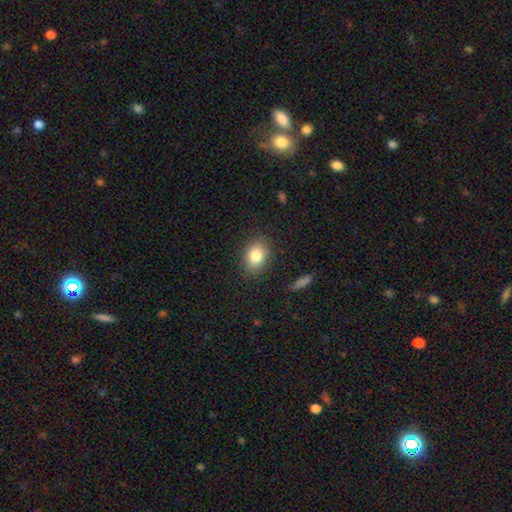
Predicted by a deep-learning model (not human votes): This is clearly a smooth galaxy (82%). How rounded: likely in between (77%). Merging: clearly none (86%).